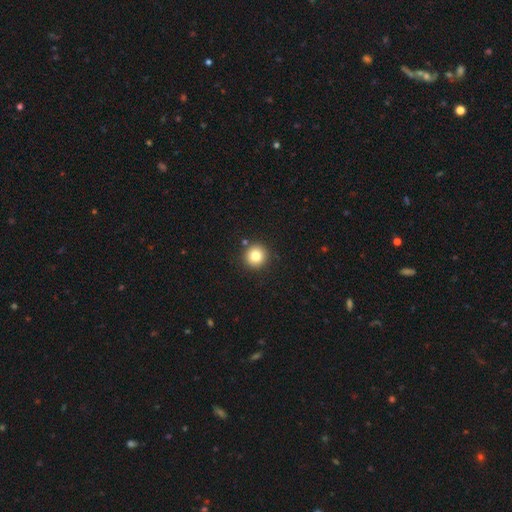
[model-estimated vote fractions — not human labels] Smooth or featured?
  - smooth: 81% *
  - star or artifact: 11%
  - featured or disk: 8%
How rounded?
  - round: 94% *
  - in between: 5%
  - cigar-shaped: 1%
Merging?
  - none: 88% *
  - minor disturbance: 7%
  - merger: 3%
  - major disturbance: 2%